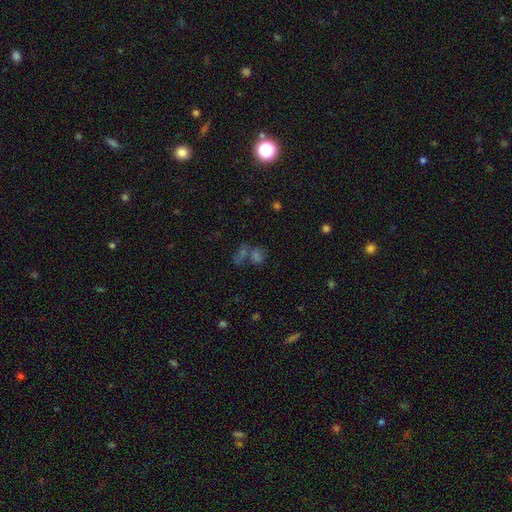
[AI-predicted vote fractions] smooth_or_featured: smooth (p=0.44) [alt: star or artifact p=0.39]
merging: none (p=0.41) [alt: merger p=0.40]